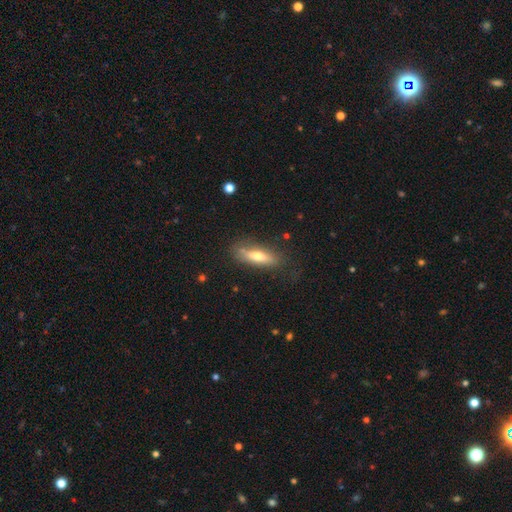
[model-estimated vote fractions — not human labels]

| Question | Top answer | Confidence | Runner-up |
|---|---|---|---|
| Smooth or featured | smooth | 55% | featured or disk (37%) |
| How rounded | cigar-shaped | 59% | in between (39%) |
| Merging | none | 74% | minor disturbance (18%) |